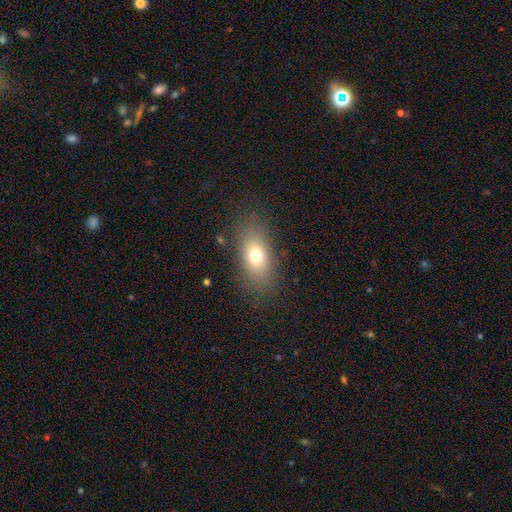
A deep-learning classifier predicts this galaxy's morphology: Smooth or featured: smooth — 72% (featured or disk — 16%)
How rounded: in between — 82% (round — 12%)
Merging: none — 82% (minor disturbance — 11%)